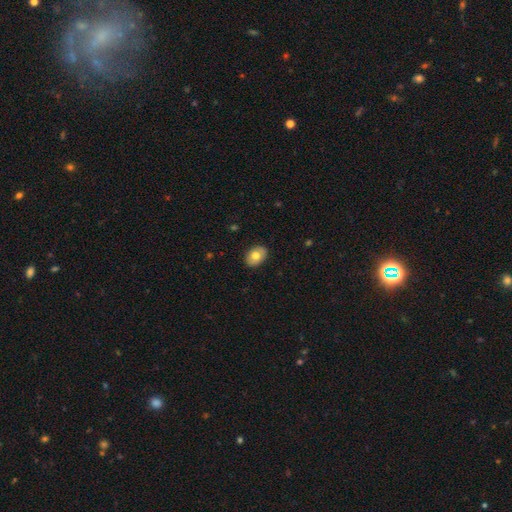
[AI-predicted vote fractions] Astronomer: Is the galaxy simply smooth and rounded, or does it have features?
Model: smooth — 75%.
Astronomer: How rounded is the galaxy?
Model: in between — 79%.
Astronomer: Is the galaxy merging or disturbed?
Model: none — 89%.